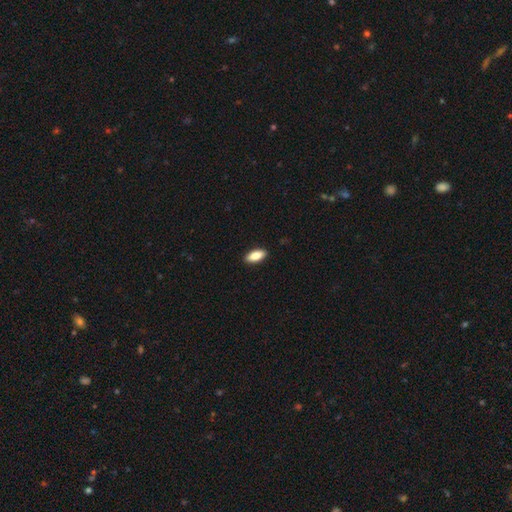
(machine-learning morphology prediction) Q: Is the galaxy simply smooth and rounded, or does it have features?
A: smooth — 85%.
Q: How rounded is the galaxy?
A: in between — 86%.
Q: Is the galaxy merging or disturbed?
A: none — 90%.